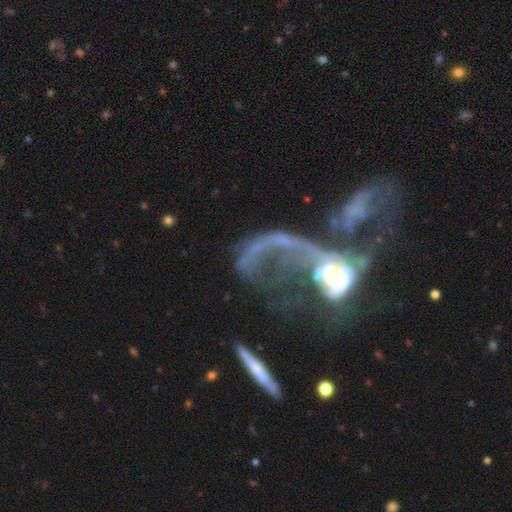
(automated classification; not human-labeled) Q: Smooth or featured?
A: featured or disk (71%); runner-up: smooth (15%)
Q: Edge-on disk?
A: no (91%); runner-up: yes (9%)
Q: Bar?
A: no (62%); runner-up: weak (25%)
Q: Spiral arms?
A: yes (65%); runner-up: no (35%)
Q: Bulge size?
A: moderate (37%); runner-up: small (34%)
Q: Merging?
A: merger (56%); runner-up: major disturbance (26%)